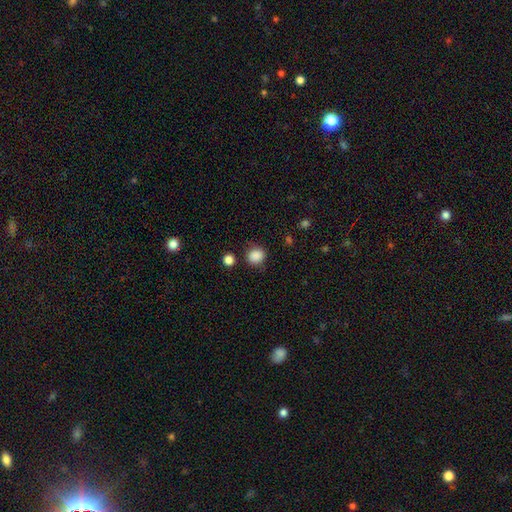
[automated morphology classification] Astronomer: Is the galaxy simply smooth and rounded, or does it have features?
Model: smooth — 87%.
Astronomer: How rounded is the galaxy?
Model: round — 81%.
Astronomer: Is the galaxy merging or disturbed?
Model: none — 78%.